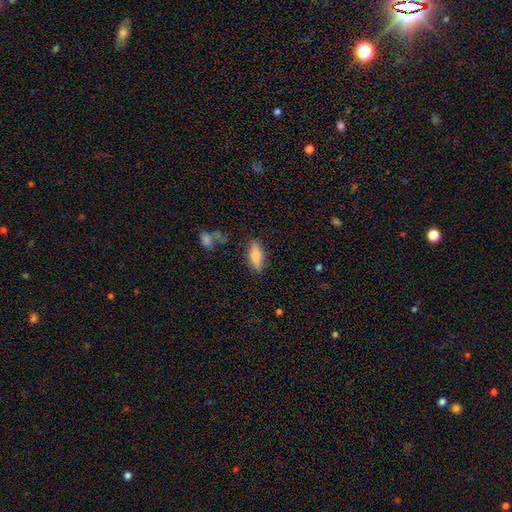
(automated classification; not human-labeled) Smooth or featured?
  - smooth: 75% *
  - featured or disk: 18%
  - star or artifact: 7%
How rounded?
  - in between: 69% *
  - cigar-shaped: 28%
  - round: 3%
Merging?
  - none: 82% *
  - minor disturbance: 13%
  - major disturbance: 3%
  - merger: 2%